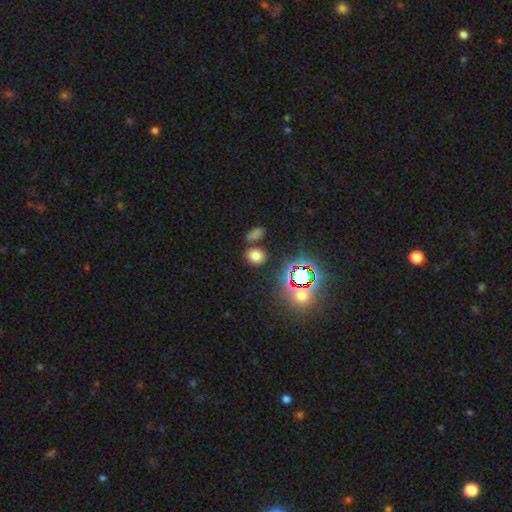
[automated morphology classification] smooth-or-featured: smooth: 72% | star or artifact: 21% | featured or disk: 7%
  how-rounded: round: 53% | in between: 45% | cigar-shaped: 2%
  merging: none: 76% | merger: 11% | minor disturbance: 10% | major disturbance: 3%